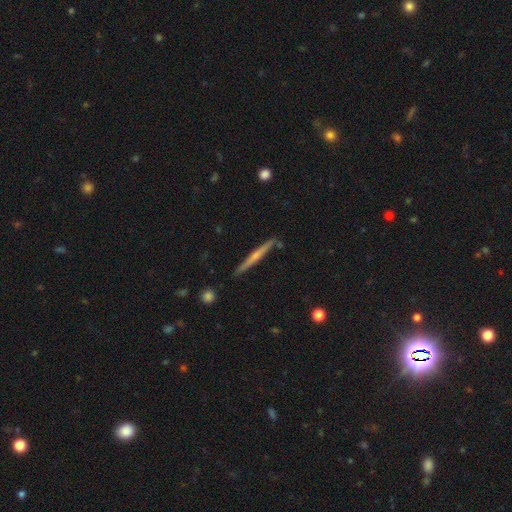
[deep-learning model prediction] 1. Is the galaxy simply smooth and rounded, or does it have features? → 56% featured or disk, 38% smooth, 6% star or artifact.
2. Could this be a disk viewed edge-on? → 97% yes, 3% no.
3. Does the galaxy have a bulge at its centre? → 50% none, 42% rounded, 8% boxy.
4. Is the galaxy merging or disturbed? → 85% none, 10% minor disturbance, 2% merger, 2% major disturbance.